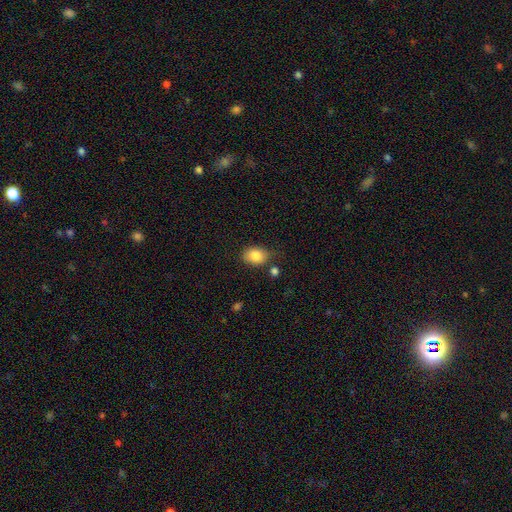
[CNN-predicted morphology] smooth 84%, star or artifact 8%, featured or disk 7%. Down the decision tree: how rounded — in between (72%); merging — none (69%).